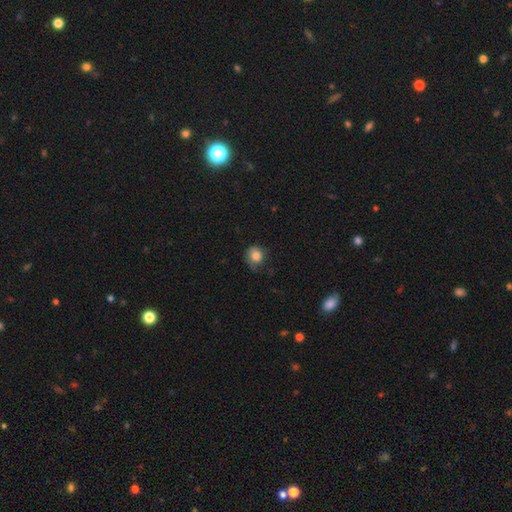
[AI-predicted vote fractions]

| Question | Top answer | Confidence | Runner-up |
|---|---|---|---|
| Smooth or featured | smooth | 81% | featured or disk (10%) |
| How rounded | round | 75% | in between (24%) |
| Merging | none | 51% | minor disturbance (33%) |